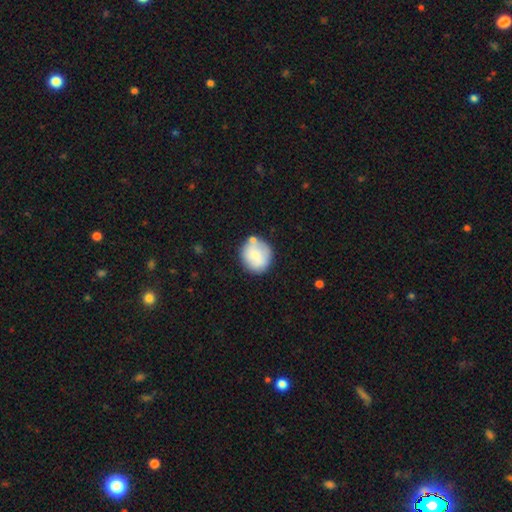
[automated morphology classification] type=smooth (75%); roundness=round (81%); merging=none (68%).